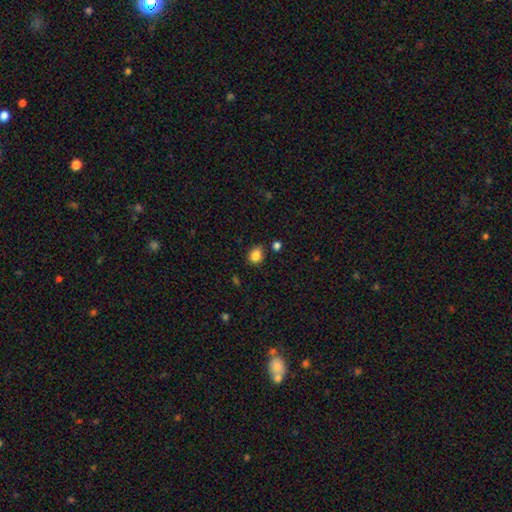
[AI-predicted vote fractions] This is clearly a smooth galaxy (85%). How rounded: possibly round (55%). Merging: likely none (69%).